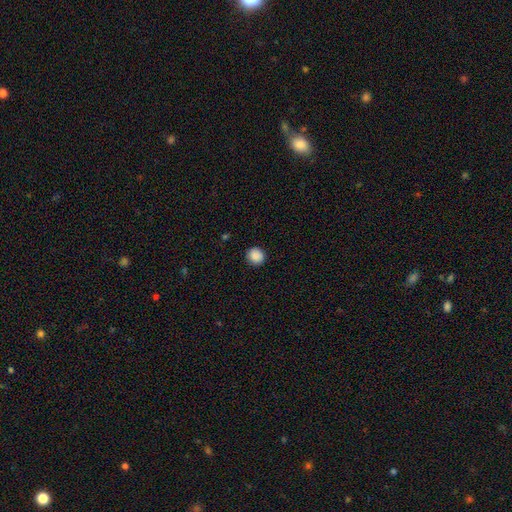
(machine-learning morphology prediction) A smooth galaxy with no disk features (89%) that is round (89%). Merging: none (90%).